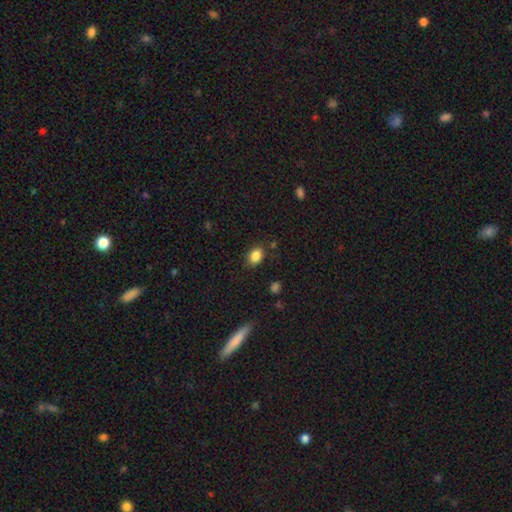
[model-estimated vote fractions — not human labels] Morphology: type=smooth (85%); roundness=in between (71%); merging=none (81%).